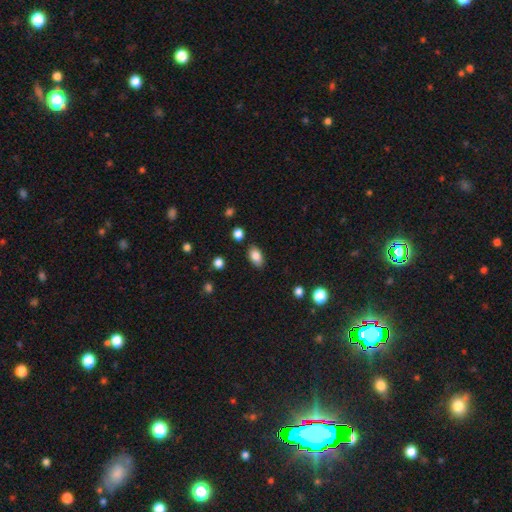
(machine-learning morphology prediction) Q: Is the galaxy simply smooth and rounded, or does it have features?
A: smooth — 84%.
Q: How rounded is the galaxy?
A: in between — 90%.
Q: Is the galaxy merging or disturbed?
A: none — 85%.